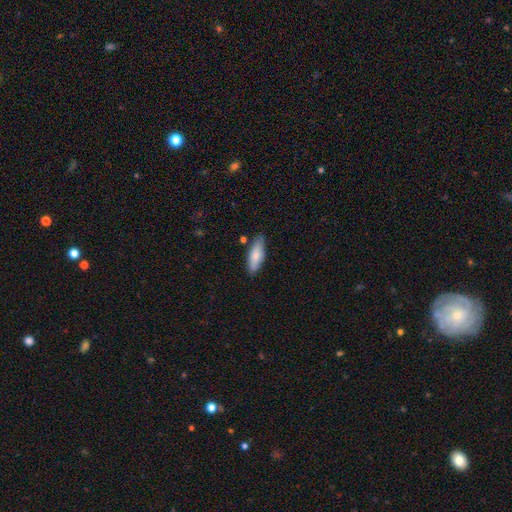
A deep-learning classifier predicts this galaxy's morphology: smooth-or-featured: smooth: 78% | featured or disk: 16% | star or artifact: 6%
  how-rounded: in between: 61% | cigar-shaped: 37% | round: 2%
  merging: none: 80% | minor disturbance: 15% | merger: 3% | major disturbance: 2%